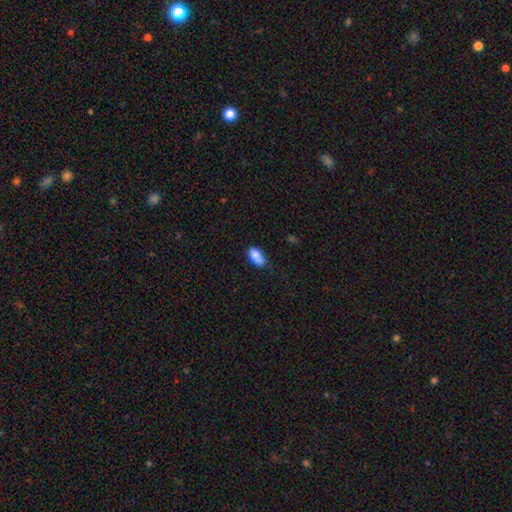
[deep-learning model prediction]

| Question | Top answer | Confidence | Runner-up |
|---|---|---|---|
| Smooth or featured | smooth | 81% | featured or disk (11%) |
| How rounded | in between | 90% | cigar-shaped (6%) |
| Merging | none | 51% | minor disturbance (35%) |